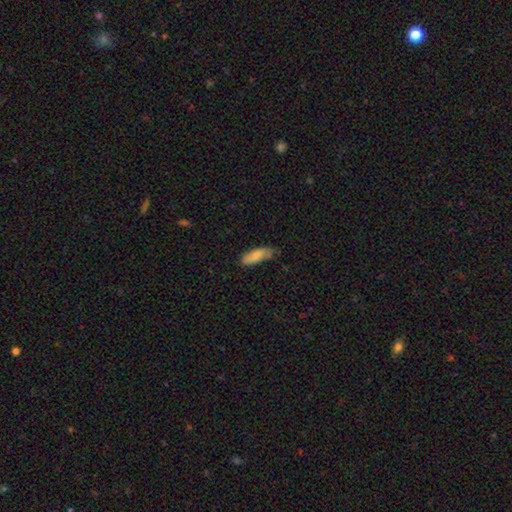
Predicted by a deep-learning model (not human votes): smooth_or_featured: smooth (p=0.79) [alt: featured or disk p=0.15]
how_rounded: in between (p=0.66) [alt: cigar-shaped p=0.32]
merging: none (p=0.65) [alt: minor disturbance p=0.28]